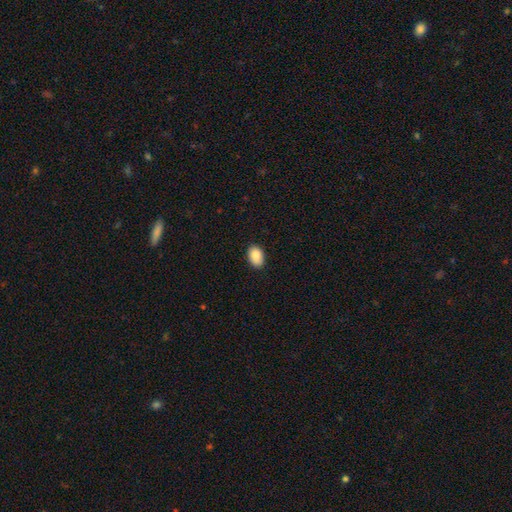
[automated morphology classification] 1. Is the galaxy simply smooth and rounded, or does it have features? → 89% smooth, 7% star or artifact, 4% featured or disk.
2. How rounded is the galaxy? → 87% in between, 12% round, 1% cigar-shaped.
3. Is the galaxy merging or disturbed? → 86% none, 11% minor disturbance, 2% major disturbance, 1% merger.